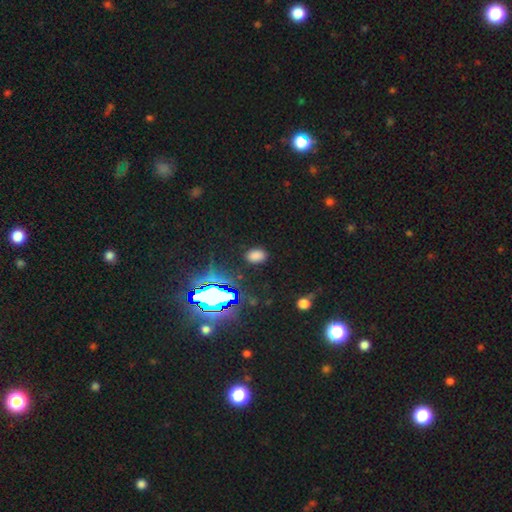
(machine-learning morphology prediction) This is likely a smooth galaxy (69%). How rounded: clearly in between (85%). Merging: clearly none (86%).